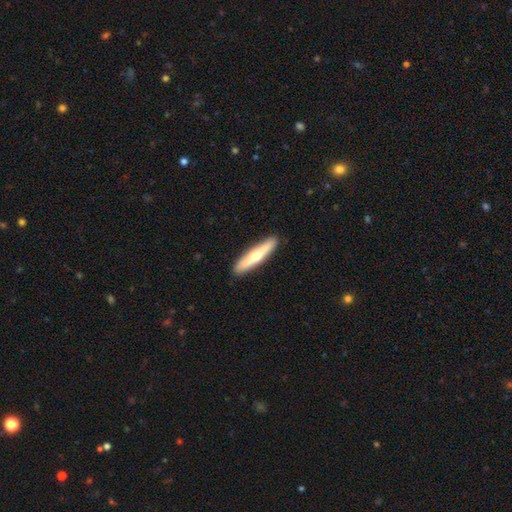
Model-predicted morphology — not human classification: A featured or disk galaxy (48%).

Vote fractions:
- Smooth or featured? featured or disk: 48% / smooth: 47% / star or artifact: 5%
- Merging? none: 91% / minor disturbance: 7% / major disturbance: 1% / merger: 1%